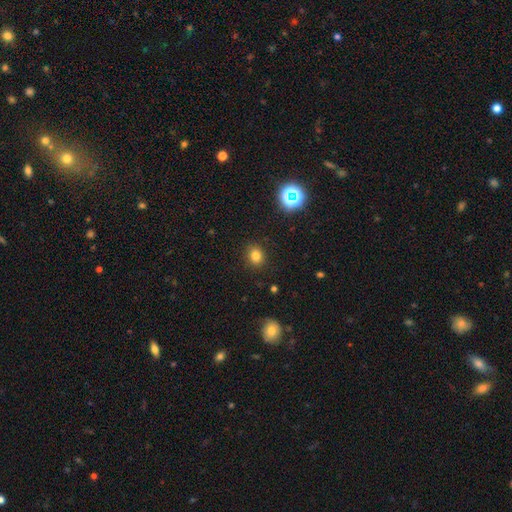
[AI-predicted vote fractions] Overall: smooth (79%). How rounded: round (69%; in between 30%). Merging: none (89%).